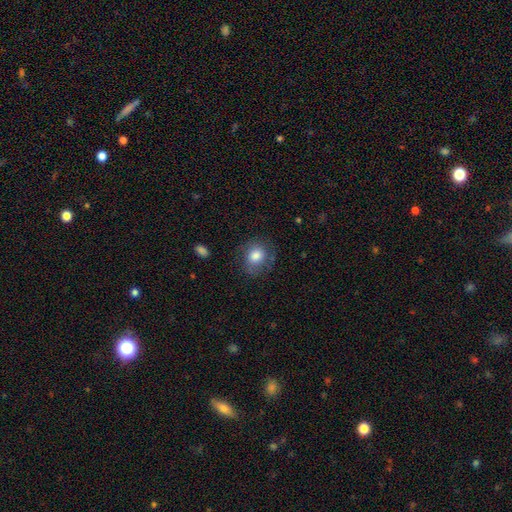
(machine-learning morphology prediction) The model was most divided on "how rounded": round: 68%, in between: 31%, cigar-shaped: 1%. More confident: smooth or featured — smooth (79%); merging — none (73%).